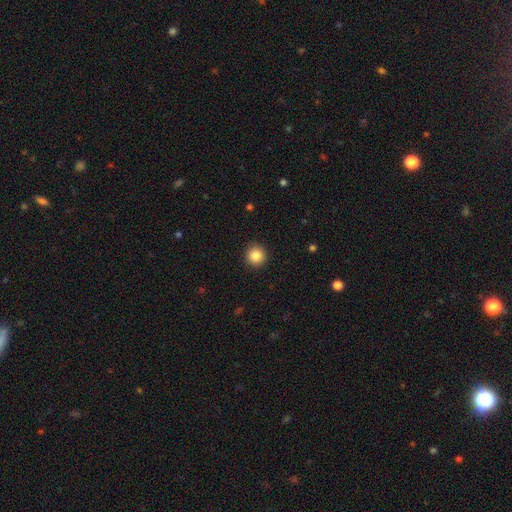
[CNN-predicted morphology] Smooth or featured: smooth — 85% (star or artifact — 10%)
How rounded: round — 95% (in between — 4%)
Merging: none — 92% (minor disturbance — 5%)